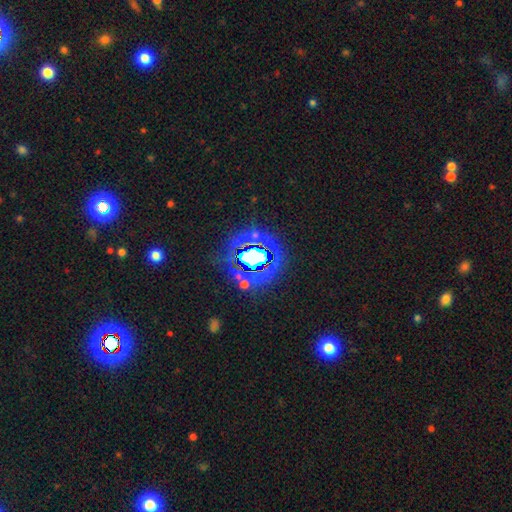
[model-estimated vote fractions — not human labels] Smooth or featured? star or artifact (78%)